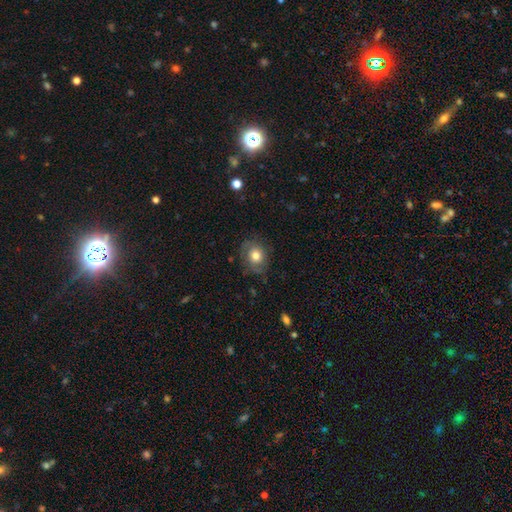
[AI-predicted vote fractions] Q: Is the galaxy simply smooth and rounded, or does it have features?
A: smooth — 69%.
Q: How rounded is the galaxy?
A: round — 64%.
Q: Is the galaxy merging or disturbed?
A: none — 70%.